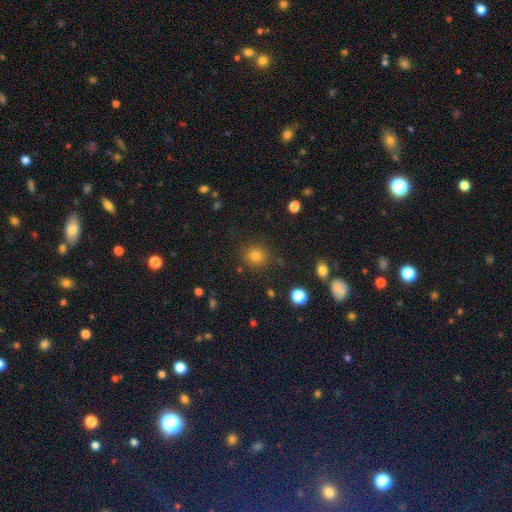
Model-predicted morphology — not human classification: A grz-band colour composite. It shows a smooth galaxy with no disk features (78%) that is round (88%). Merging: none (86%).